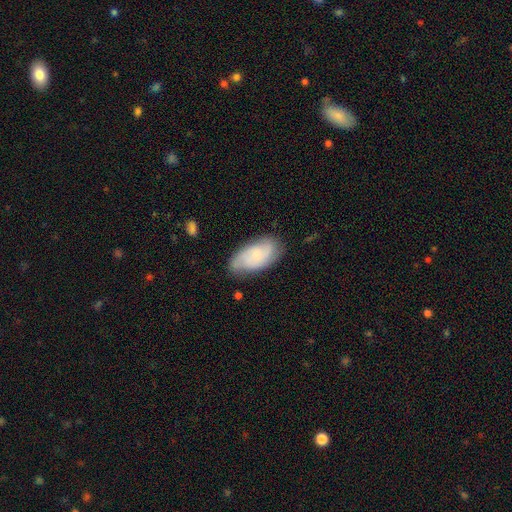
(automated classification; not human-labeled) A featured or disk galaxy (51%). Merging: none (71%).